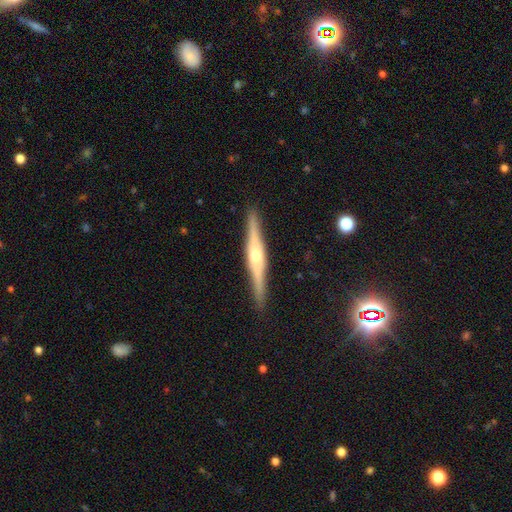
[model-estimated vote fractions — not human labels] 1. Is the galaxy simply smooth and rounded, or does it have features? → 77% featured or disk, 16% smooth, 6% star or artifact.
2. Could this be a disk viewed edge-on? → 97% yes, 3% no.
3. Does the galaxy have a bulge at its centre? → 83% rounded, 11% boxy, 5% none.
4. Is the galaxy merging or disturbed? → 90% none, 7% minor disturbance, 1% major disturbance, 1% merger.